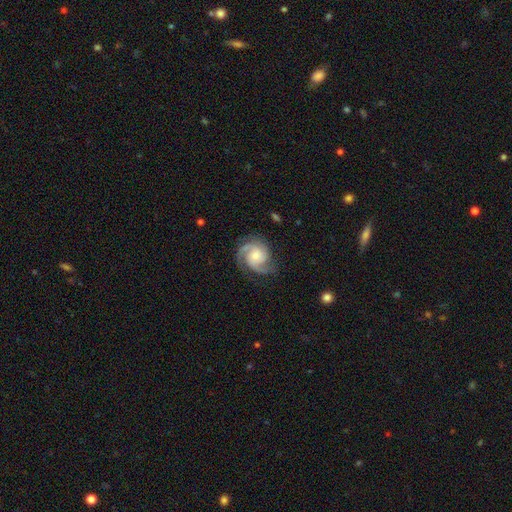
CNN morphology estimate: smooth-or-featured: featured or disk: 89% | smooth: 7% | star or artifact: 5%
  disk-edge-on: no: 98% | yes: 2%
    bar: no: 69% | weak: 26% | strong: 5%
    has-spiral-arms: yes: 98% | no: 2%
      spiral-winding: tight: 50% | medium: 43% | loose: 7%
      spiral-arm-count: 3: 49% | 2: 34% | can't tell: 6% | 4: 4% | 1: 3% | more than 4: 3%
    bulge-size: small: 44% | moderate: 43% | large: 6% | none: 5% | dominant: 1%
  merging: none: 76% | minor disturbance: 16% | major disturbance: 6% | merger: 1%